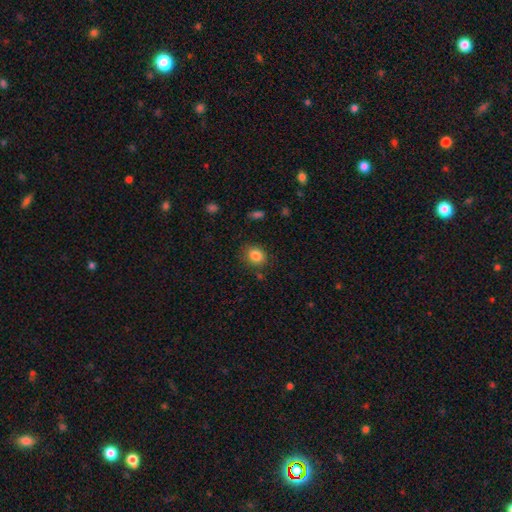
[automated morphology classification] This appears to be a smooth galaxy with no disk features (84%) that is round (57%). Merging: none (83%).